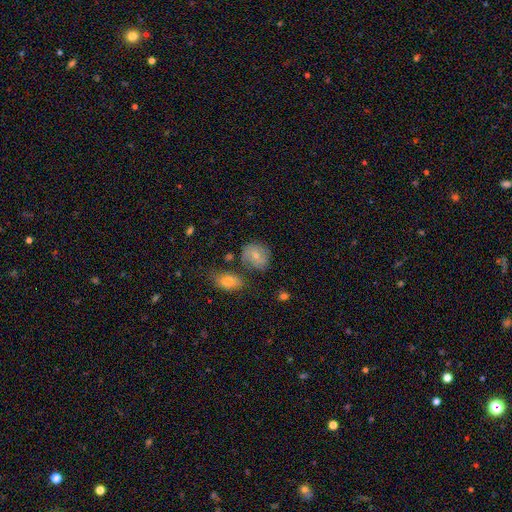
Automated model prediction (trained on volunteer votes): Q: Smooth or featured?
A: smooth (63%); runner-up: featured or disk (28%)
Q: How rounded?
A: round (61%); runner-up: in between (37%)
Q: Merging?
A: none (61%); runner-up: minor disturbance (20%)